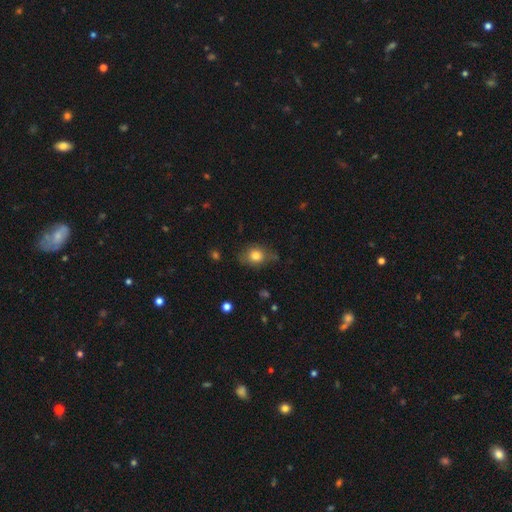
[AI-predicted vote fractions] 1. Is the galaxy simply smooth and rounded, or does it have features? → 78% smooth, 13% featured or disk, 9% star or artifact.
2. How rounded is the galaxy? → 52% in between, 47% round, 1% cigar-shaped.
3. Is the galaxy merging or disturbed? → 68% none, 24% minor disturbance, 7% major disturbance, 2% merger.